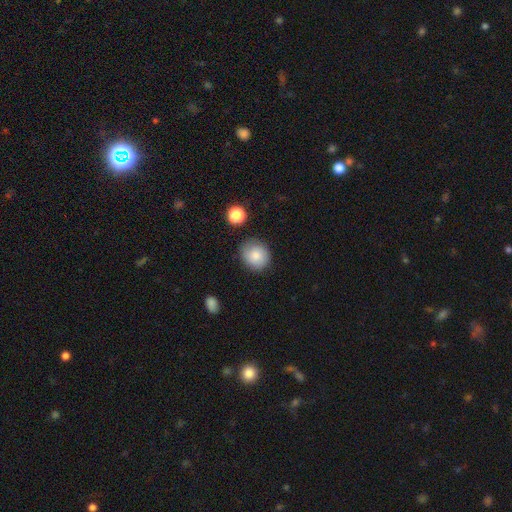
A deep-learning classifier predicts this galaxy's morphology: A smooth galaxy with no disk features (81%) that is round (82%).

Vote fractions:
- Smooth or featured? smooth: 81% / featured or disk: 10% / star or artifact: 8%
- How rounded? round: 82% / in between: 17% / cigar-shaped: 1%
- Merging? none: 81% / minor disturbance: 13% / major disturbance: 3% / merger: 3%